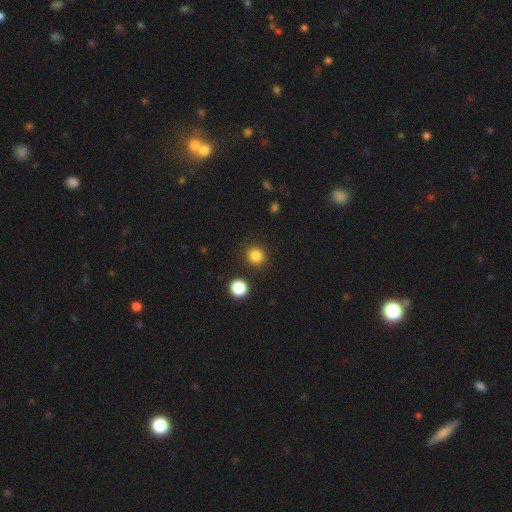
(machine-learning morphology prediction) A smooth galaxy with no disk features (84%) that is round (87%).

Vote fractions:
- Smooth or featured? smooth: 84% / star or artifact: 12% / featured or disk: 4%
- How rounded? round: 87% / in between: 12% / cigar-shaped: 1%
- Merging? none: 88% / minor disturbance: 6% / merger: 3% / major disturbance: 3%